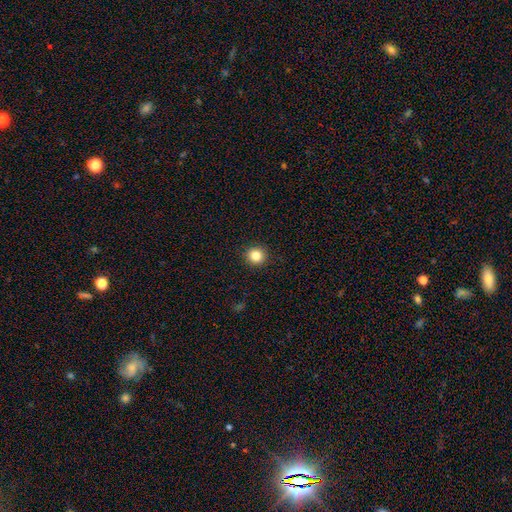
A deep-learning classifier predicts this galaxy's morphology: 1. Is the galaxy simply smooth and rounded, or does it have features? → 84% smooth, 11% star or artifact, 5% featured or disk.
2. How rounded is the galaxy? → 93% round, 6% in between, 1% cigar-shaped.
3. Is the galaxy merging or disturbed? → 93% none, 5% minor disturbance, 2% major disturbance, 1% merger.